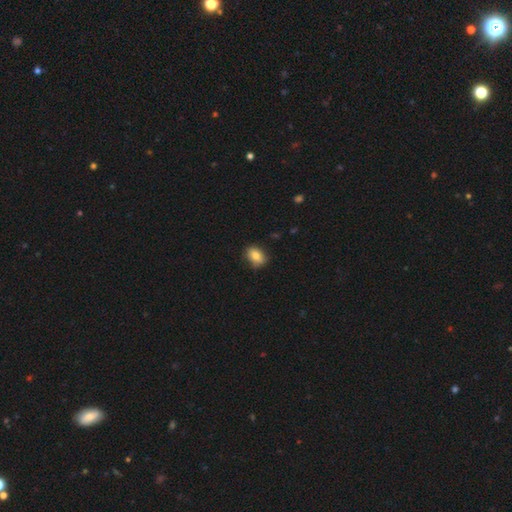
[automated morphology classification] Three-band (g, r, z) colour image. It shows a smooth galaxy with no disk features (81%) that is in between round and cigar-shaped (74%). Merging: none (76%).